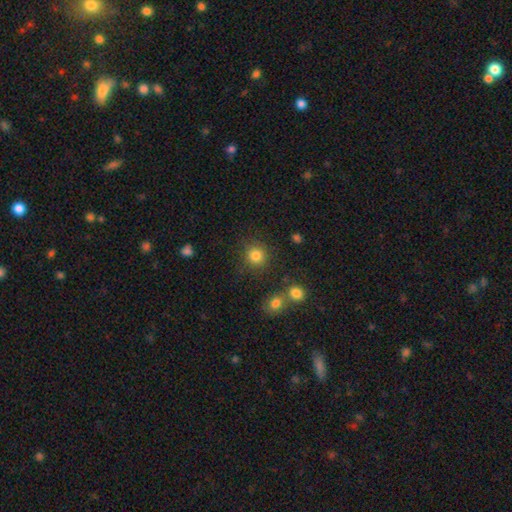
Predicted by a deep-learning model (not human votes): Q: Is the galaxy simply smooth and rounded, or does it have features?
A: smooth — 83%.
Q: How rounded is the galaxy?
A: round — 91%.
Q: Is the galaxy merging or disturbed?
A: none — 83%.